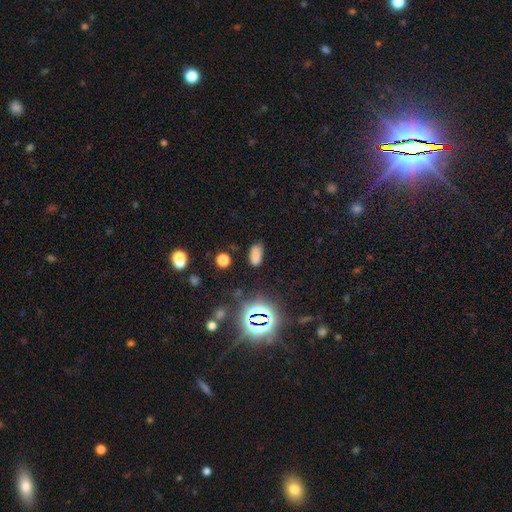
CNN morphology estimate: Q: Smooth or featured?
A: smooth (72%); runner-up: star or artifact (21%)
Q: How rounded?
A: in between (87%); runner-up: cigar-shaped (8%)
Q: Merging?
A: none (71%); runner-up: minor disturbance (19%)